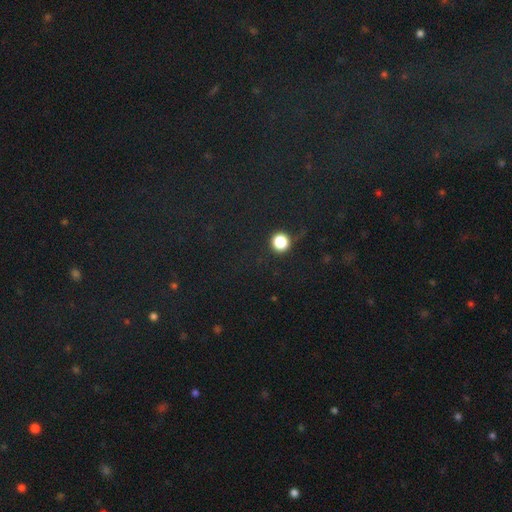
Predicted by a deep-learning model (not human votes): Q: Smooth or featured?
A: star or artifact (76%); runner-up: smooth (16%)